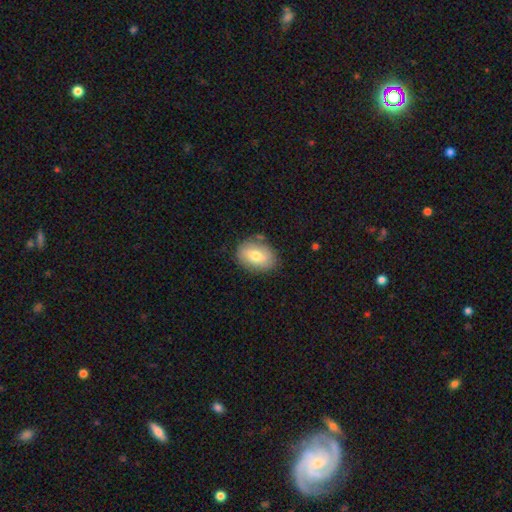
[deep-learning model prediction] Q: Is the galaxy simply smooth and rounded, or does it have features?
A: smooth — 74%.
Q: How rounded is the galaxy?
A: in between — 76%.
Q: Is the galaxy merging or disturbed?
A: none — 81%.